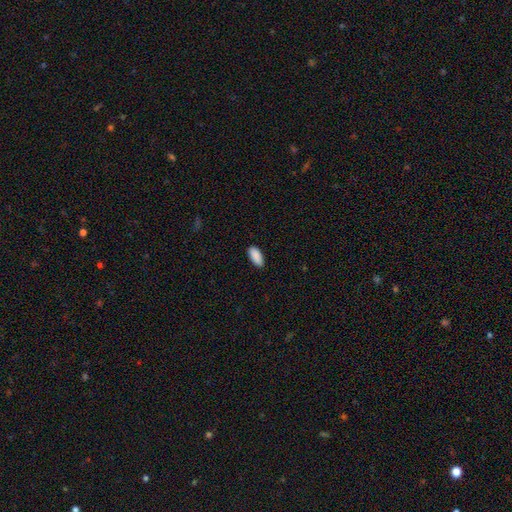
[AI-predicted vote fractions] Q: Smooth or featured?
A: smooth (90%); runner-up: star or artifact (6%)
Q: How rounded?
A: in between (90%); runner-up: cigar-shaped (8%)
Q: Merging?
A: none (87%); runner-up: minor disturbance (10%)